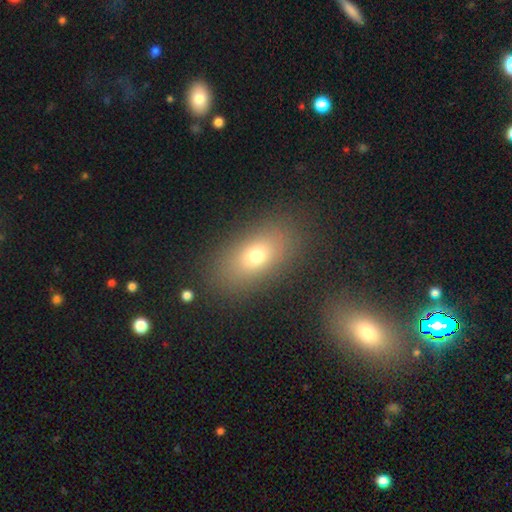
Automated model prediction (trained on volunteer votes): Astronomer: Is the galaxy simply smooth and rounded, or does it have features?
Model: smooth — 71%.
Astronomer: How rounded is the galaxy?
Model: in between — 85%.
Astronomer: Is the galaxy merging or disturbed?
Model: none — 83%.